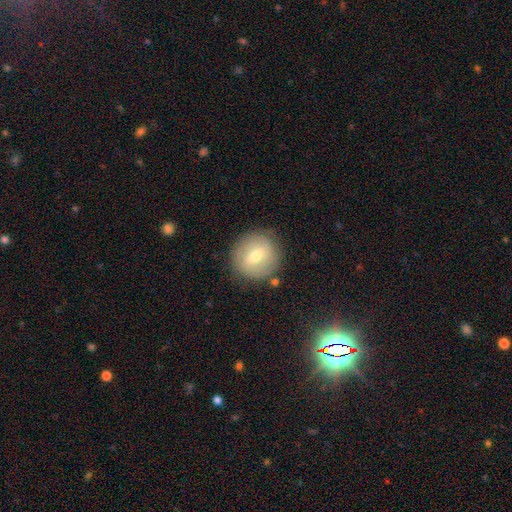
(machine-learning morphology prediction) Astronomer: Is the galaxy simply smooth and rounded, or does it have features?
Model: smooth — 57% (runner-up: featured or disk, 35%).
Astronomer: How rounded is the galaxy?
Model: round — 92%.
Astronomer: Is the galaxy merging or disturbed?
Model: none — 83%.